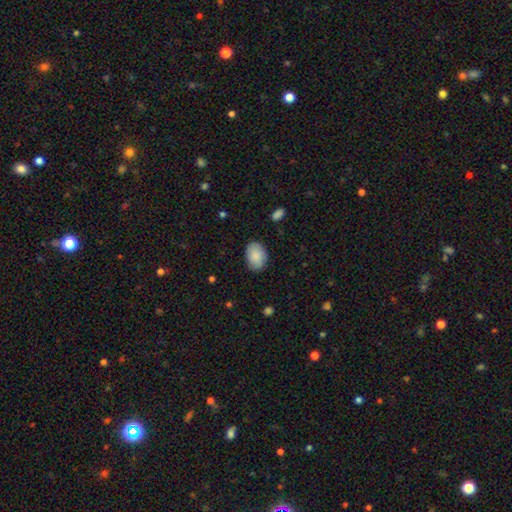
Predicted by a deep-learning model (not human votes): smooth_or_featured: smooth (p=0.88) [alt: featured or disk p=0.07]
how_rounded: in between (p=0.85) [alt: round p=0.14]
merging: none (p=0.83) [alt: minor disturbance p=0.13]